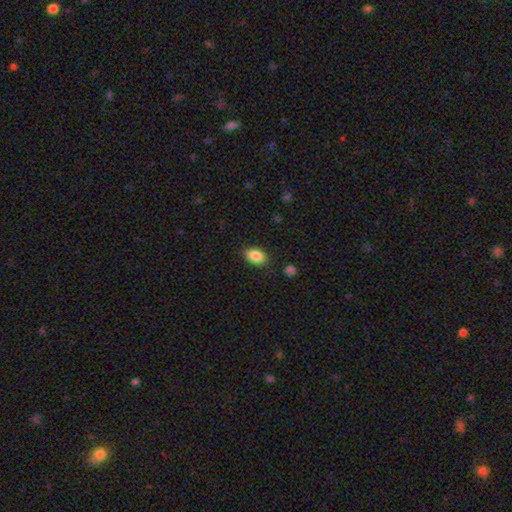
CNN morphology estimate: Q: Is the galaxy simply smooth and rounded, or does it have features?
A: smooth — 87%.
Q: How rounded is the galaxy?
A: in between — 89%.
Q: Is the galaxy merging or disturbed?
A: none — 85%.